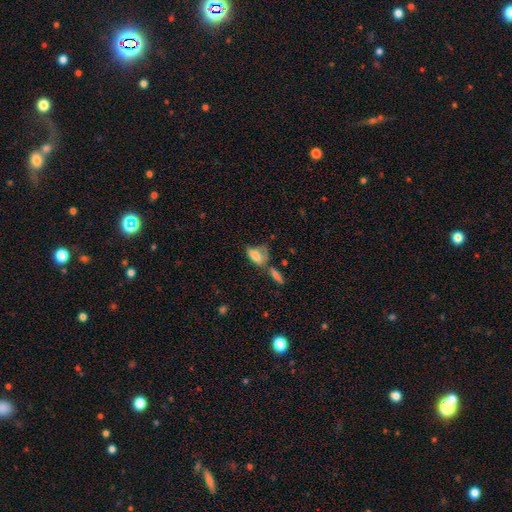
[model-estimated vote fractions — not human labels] Morphology: type=smooth (72%); roundness=in between (84%); merging=merger (28%, tied with none).